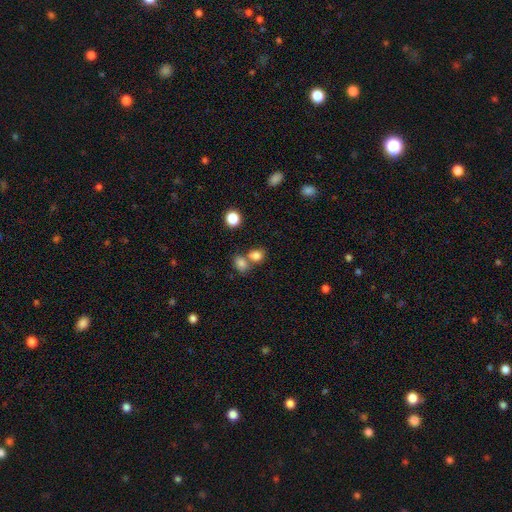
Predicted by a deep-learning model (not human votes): Smooth or featured?
  - smooth: 80% *
  - star or artifact: 12%
  - featured or disk: 7%
How rounded?
  - round: 54% *
  - in between: 45%
  - cigar-shaped: 1%
Merging?
  - none: 45% *
  - merger: 42%
  - minor disturbance: 9%
  - major disturbance: 4%